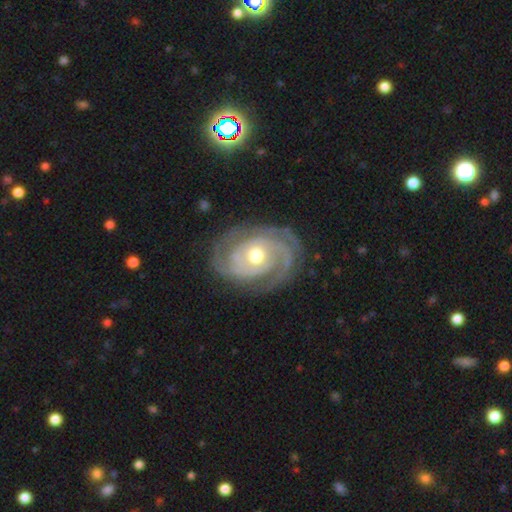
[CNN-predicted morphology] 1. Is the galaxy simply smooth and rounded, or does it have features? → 91% featured or disk, 5% smooth, 4% star or artifact.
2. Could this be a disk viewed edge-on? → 97% no, 3% yes.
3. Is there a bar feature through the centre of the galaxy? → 75% no, 19% weak, 7% strong.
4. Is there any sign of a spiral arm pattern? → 97% yes, 3% no.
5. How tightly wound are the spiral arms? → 73% tight, 23% medium, 4% loose.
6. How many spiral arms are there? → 44% 2, 27% 3, 12% can't tell, 6% 4, 5% 1, 5% more than 4.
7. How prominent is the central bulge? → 75% moderate, 17% small, 6% large, 1% dominant, 1% none.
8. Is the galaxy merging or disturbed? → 81% none, 13% minor disturbance, 5% major disturbance, 1% merger.